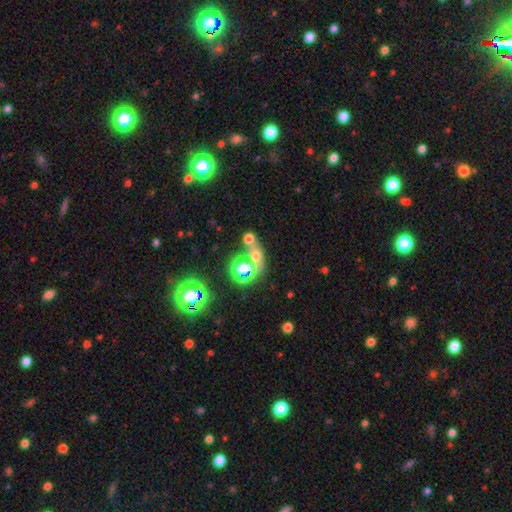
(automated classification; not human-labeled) A star or artifact, not a galaxy (66%).